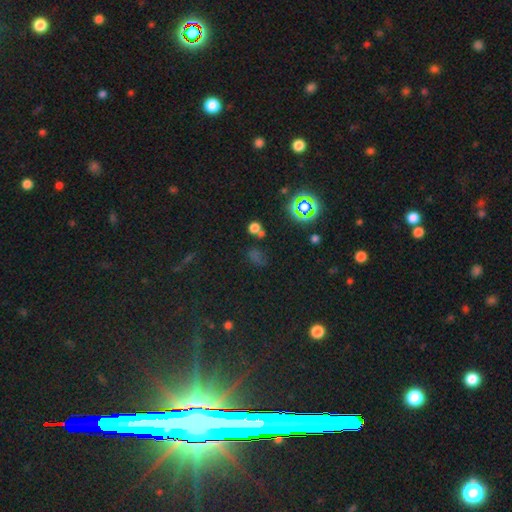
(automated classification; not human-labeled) Smooth or featured? Predicted: star or artifact (p=0.60).